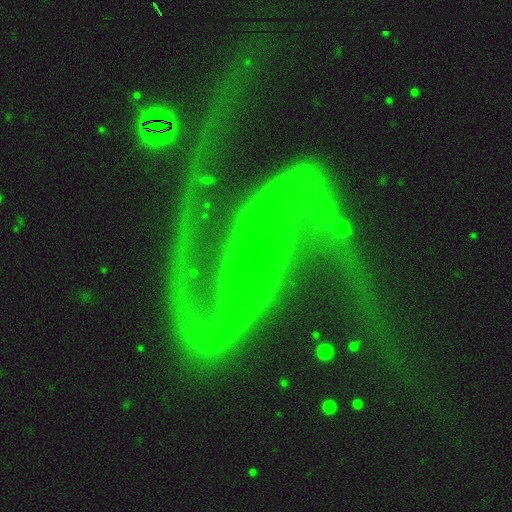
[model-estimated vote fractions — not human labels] Smooth or featured: featured or disk — 92% (star or artifact — 6%)
Edge-on disk: no — 97% (yes — 3%)
Bar: strong — 47% (weak — 26%)
Spiral arms: yes — 98% (no — 2%)
Spiral winding: medium — 47% (loose — 40%)
Spiral arm count: 2 — 94% (can't tell — 1%)
Bulge size: small — 85% (moderate — 10%)
Merging: none — 58% (major disturbance — 19%)